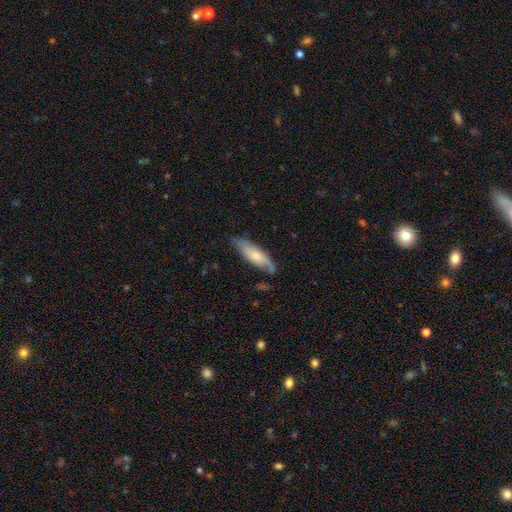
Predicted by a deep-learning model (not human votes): The model was most divided on "how rounded": cigar-shaped: 51%, in between: 47%, round: 2%. More confident: merging — none (65%); smooth or featured — smooth (58%).